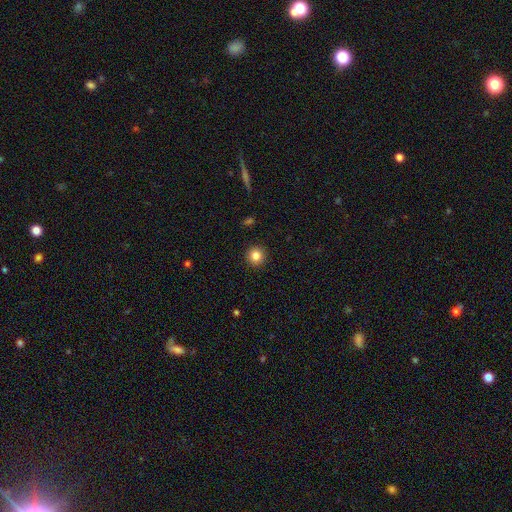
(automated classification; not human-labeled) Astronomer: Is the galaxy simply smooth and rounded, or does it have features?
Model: smooth — 84%.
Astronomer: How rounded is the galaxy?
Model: round — 95%.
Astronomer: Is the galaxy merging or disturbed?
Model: none — 92%.